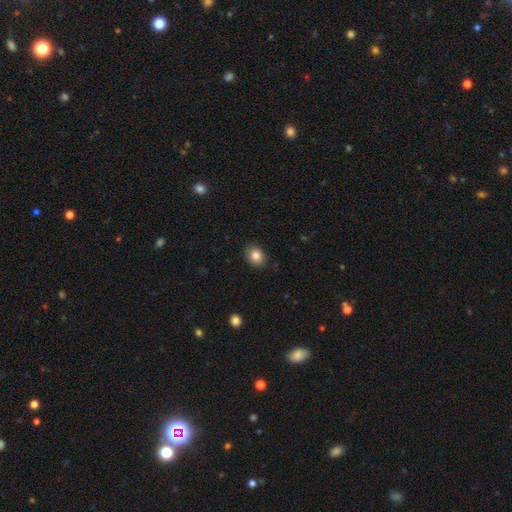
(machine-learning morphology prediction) Smooth or featured?
  - smooth: 84% *
  - star or artifact: 10%
  - featured or disk: 7%
How rounded?
  - round: 57% *
  - in between: 42%
  - cigar-shaped: 1%
Merging?
  - none: 89% *
  - minor disturbance: 8%
  - major disturbance: 2%
  - merger: 1%